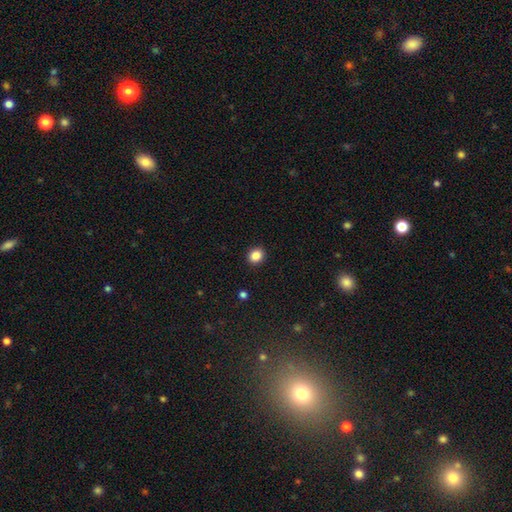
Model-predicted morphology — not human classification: Smooth or featured?
  - smooth: 86% *
  - star or artifact: 10%
  - featured or disk: 4%
How rounded?
  - round: 72% *
  - in between: 28%
  - cigar-shaped: 1%
Merging?
  - none: 92% *
  - minor disturbance: 5%
  - major disturbance: 2%
  - merger: 1%